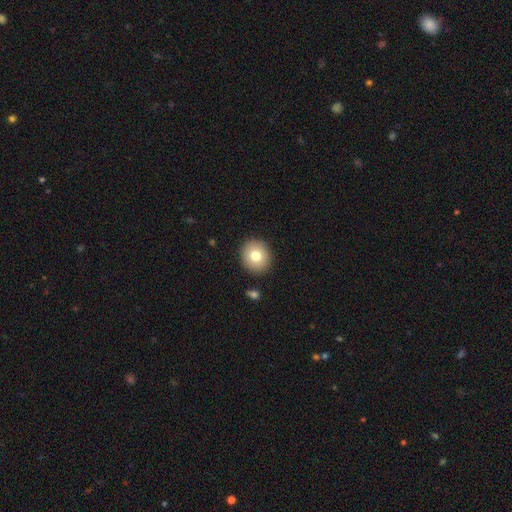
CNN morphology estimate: Overall: smooth (77%). How rounded: round (86%). Merging: none (90%).